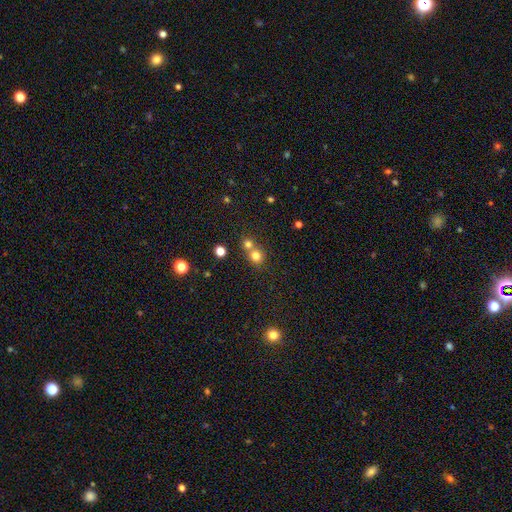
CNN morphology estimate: Smooth or featured? Predicted: smooth (p=0.76). How rounded? Predicted: round (p=0.87). Merging? Predicted: merger (p=0.46, tied with none).